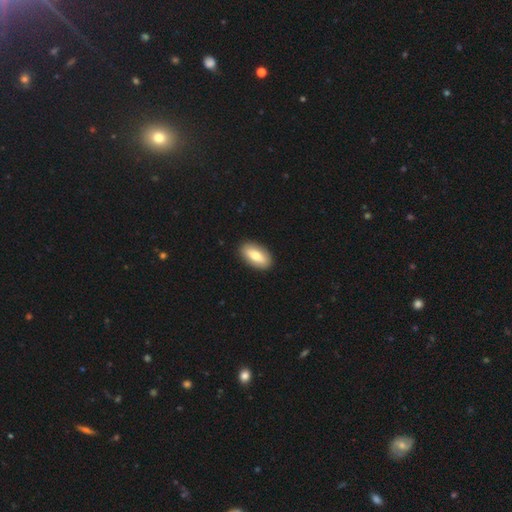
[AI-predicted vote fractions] This appears to be a smooth galaxy with no disk features (75%) that is in between round and cigar-shaped (90%). Merging: none (90%).